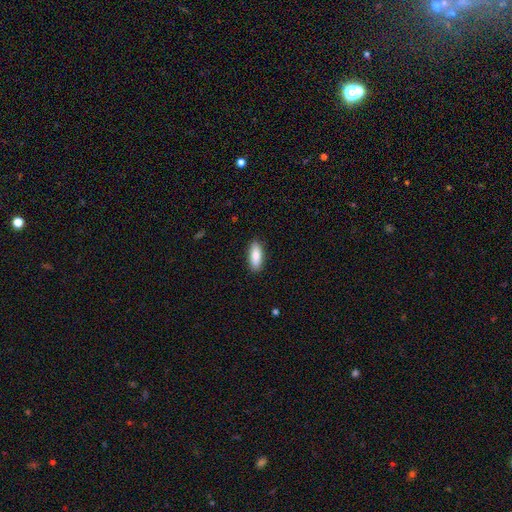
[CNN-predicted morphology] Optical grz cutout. It shows a smooth galaxy with no disk features (85%) that is in between round and cigar-shaped (71%). Merging: none (89%).